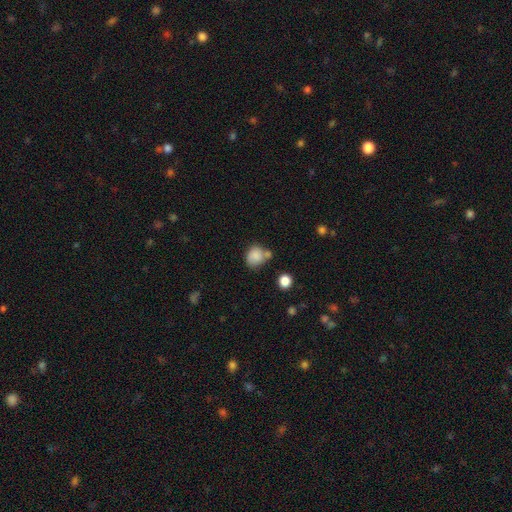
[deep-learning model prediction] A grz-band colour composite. It shows a smooth galaxy with no disk features (81%) that is round (67%). Merging: none (46%).